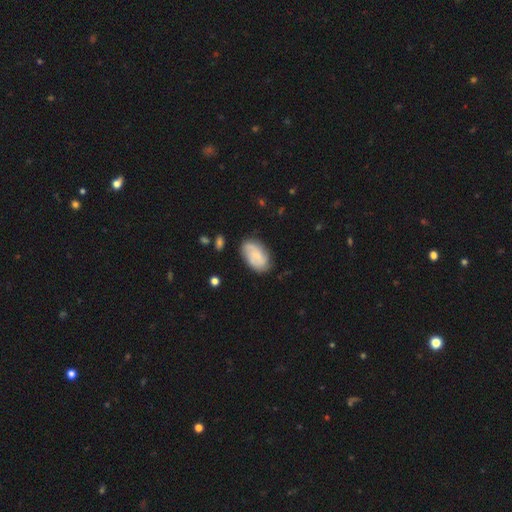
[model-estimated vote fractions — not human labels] Smooth or featured: featured or disk — 48% (smooth — 44%)
Merging: none — 75% (minor disturbance — 18%)